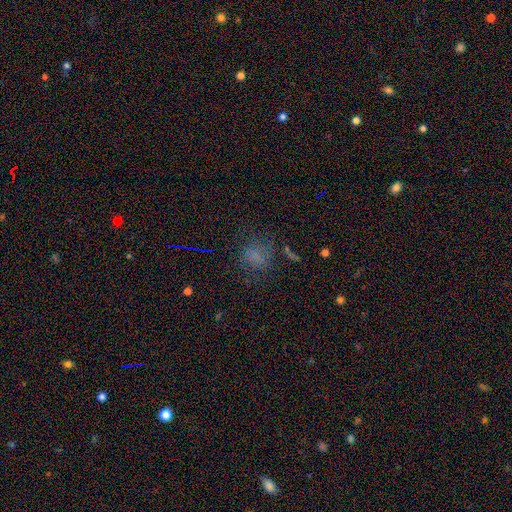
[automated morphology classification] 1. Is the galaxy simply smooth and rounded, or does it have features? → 60% smooth, 26% star or artifact, 14% featured or disk.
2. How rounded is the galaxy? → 59% round, 39% in between, 2% cigar-shaped.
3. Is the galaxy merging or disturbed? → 61% none, 20% minor disturbance, 16% major disturbance, 3% merger.